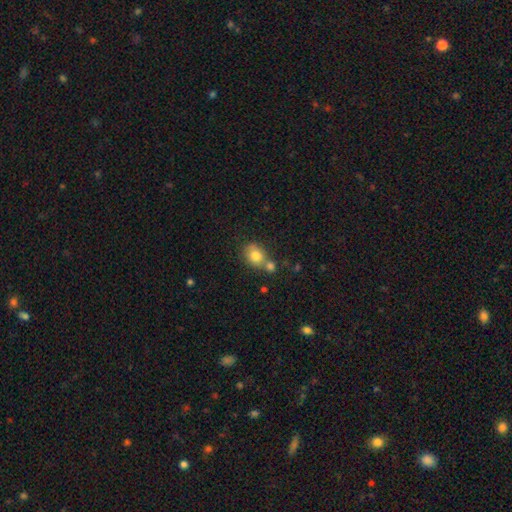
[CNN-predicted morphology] The model was most divided on "merging": none: 48%, merger: 35%, minor disturbance: 13%, major disturbance: 4%. More confident: smooth or featured — smooth (80%); how rounded — round (60%).